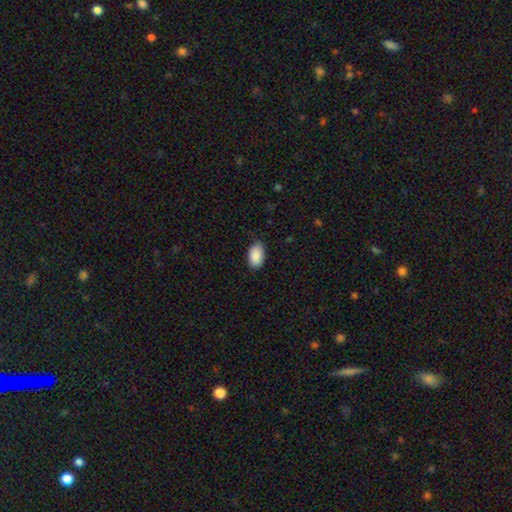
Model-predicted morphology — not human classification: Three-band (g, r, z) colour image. It shows a smooth galaxy with no disk features (90%) that is in between round and cigar-shaped (94%). Merging: none (78%).